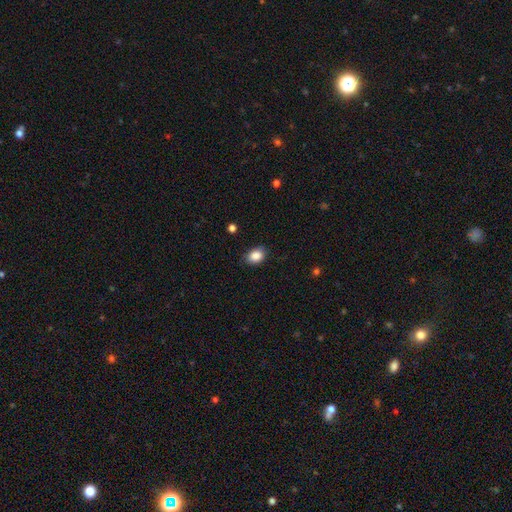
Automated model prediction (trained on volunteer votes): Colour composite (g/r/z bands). It shows a smooth galaxy with no disk features (87%) that is in between round and cigar-shaped (71%). Merging: none (79%).